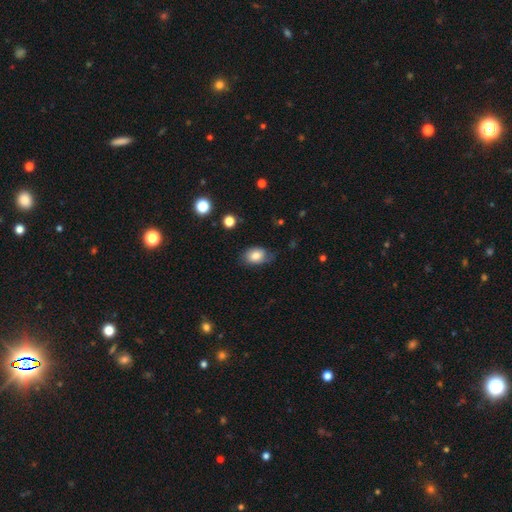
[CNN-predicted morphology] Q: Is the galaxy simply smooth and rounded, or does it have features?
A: smooth — 79%.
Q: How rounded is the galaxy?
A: in between — 79%.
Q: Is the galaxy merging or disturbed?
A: none — 64%.